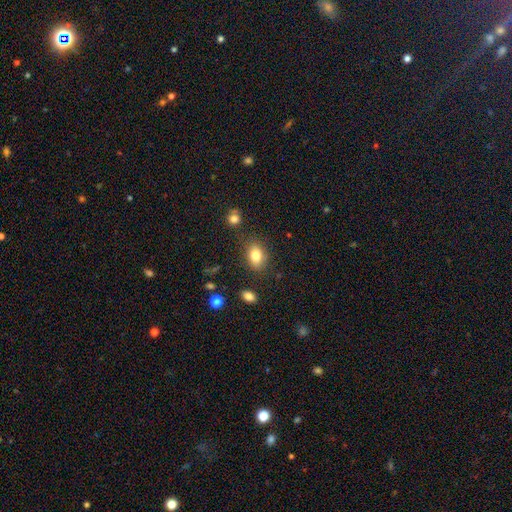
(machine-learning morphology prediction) smooth-or-featured: smooth: 82% | star or artifact: 9% | featured or disk: 9%
  how-rounded: in between: 79% | round: 20% | cigar-shaped: 2%
  merging: none: 81% | minor disturbance: 12% | merger: 4% | major disturbance: 3%